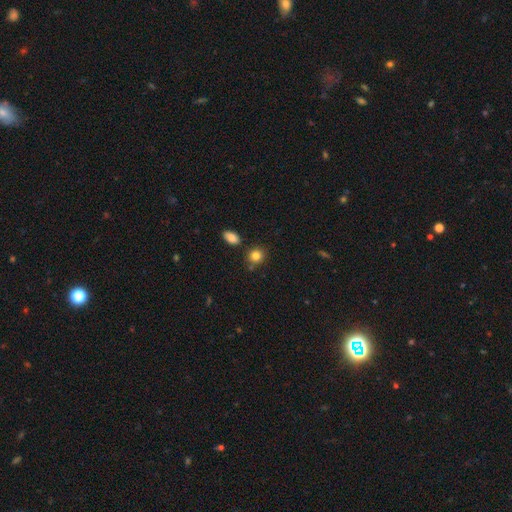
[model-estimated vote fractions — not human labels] Smooth or featured: smooth — 83% (star or artifact — 11%)
How rounded: round — 78% (in between — 21%)
Merging: none — 77% (minor disturbance — 11%)